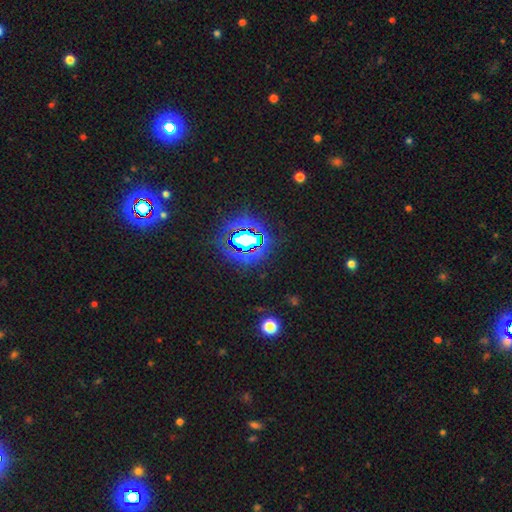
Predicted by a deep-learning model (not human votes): Smooth or featured? Predicted: star or artifact (p=0.82).